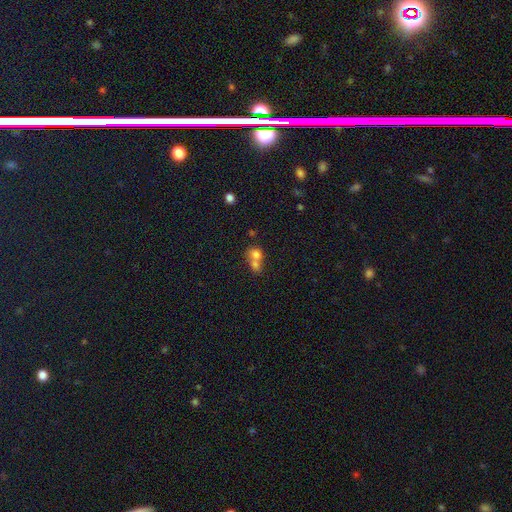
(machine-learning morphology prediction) A smooth galaxy with no disk features (71%) that is round (70%). Merging: merger (66%).